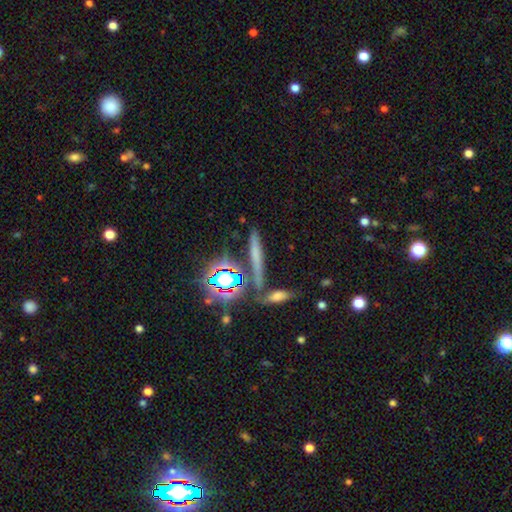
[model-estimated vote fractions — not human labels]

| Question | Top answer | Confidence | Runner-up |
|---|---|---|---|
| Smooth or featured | smooth | 48% | star or artifact (29%) |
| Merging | none | 73% | merger (12%) |